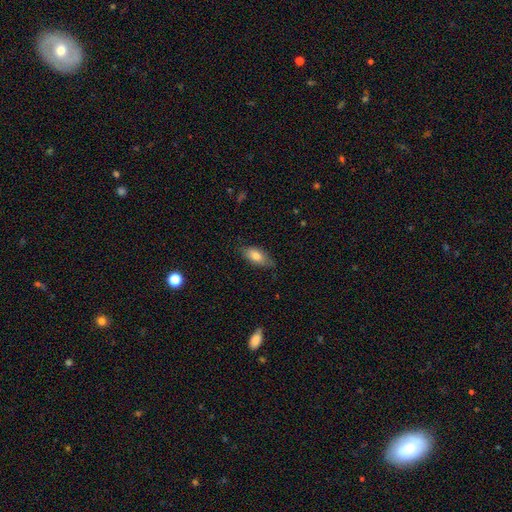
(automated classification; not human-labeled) This appears to be a smooth galaxy with no disk features (79%) that is in between round and cigar-shaped (88%). Merging: none (73%).